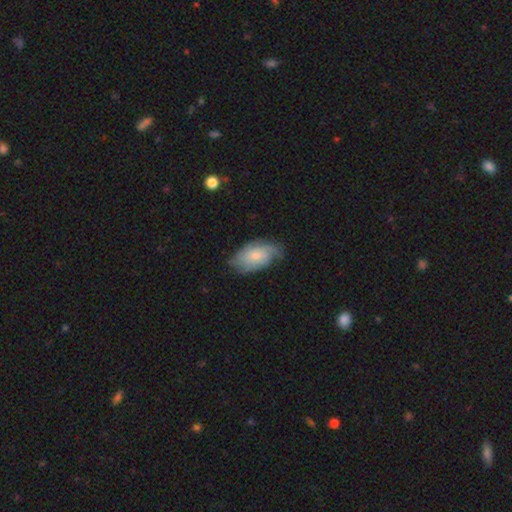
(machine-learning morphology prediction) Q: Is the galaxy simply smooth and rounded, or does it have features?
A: smooth — 52%.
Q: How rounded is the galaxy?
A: in between — 93%.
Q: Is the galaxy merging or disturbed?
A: none — 61%.